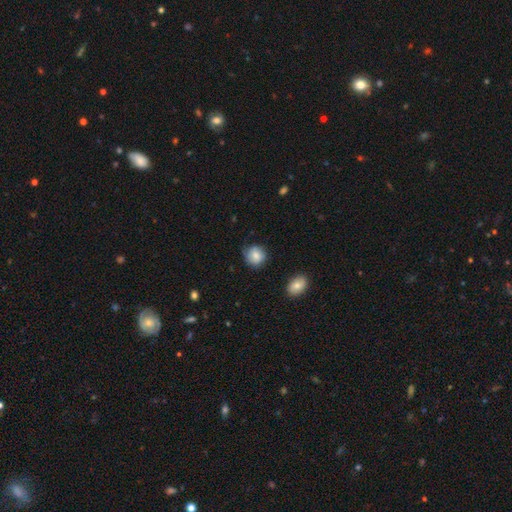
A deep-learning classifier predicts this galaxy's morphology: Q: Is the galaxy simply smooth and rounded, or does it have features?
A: smooth — 73%.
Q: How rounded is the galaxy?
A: round — 83%.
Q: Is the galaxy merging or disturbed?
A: none — 67%.